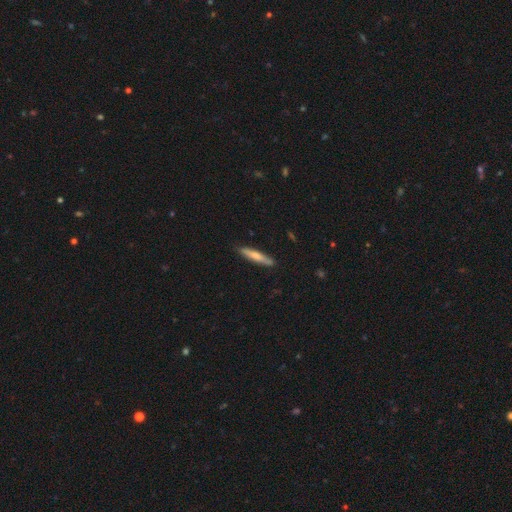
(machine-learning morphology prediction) A smooth galaxy with no disk features (63%) that is cigar-shaped (90%).

Vote fractions:
- Smooth or featured? smooth: 63% / featured or disk: 32% / star or artifact: 5%
- How rounded? cigar-shaped: 90% / in between: 9% / round: 1%
- Merging? none: 87% / minor disturbance: 10% / major disturbance: 2% / merger: 1%